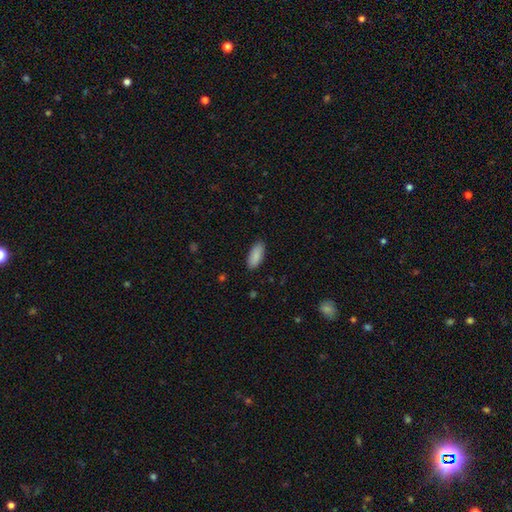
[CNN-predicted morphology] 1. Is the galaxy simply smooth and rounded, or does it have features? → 89% smooth, 6% star or artifact, 5% featured or disk.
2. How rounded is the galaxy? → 85% in between, 14% cigar-shaped, 2% round.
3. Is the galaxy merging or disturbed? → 88% none, 9% minor disturbance, 2% major disturbance, 1% merger.